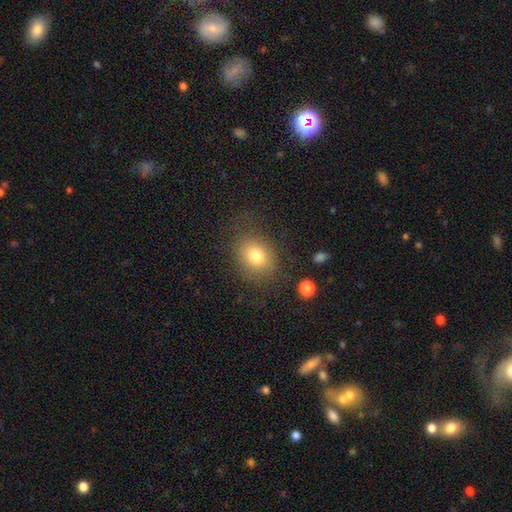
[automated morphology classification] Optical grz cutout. It shows a smooth galaxy with no disk features (77%) that is round (53%). Merging: none (75%).